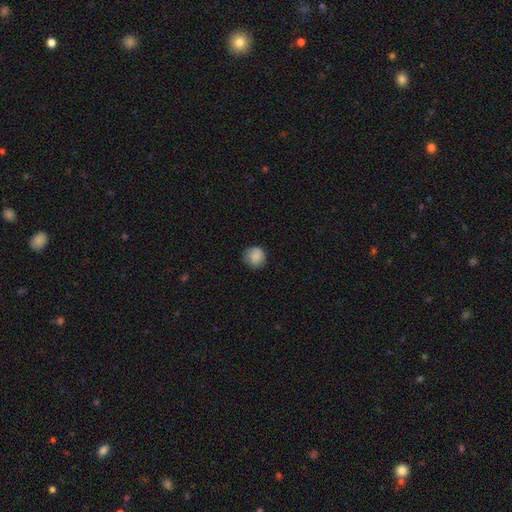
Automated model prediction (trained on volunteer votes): Q: Smooth or featured?
A: smooth (86%); runner-up: star or artifact (8%)
Q: How rounded?
A: round (91%); runner-up: in between (8%)
Q: Merging?
A: none (80%); runner-up: minor disturbance (16%)